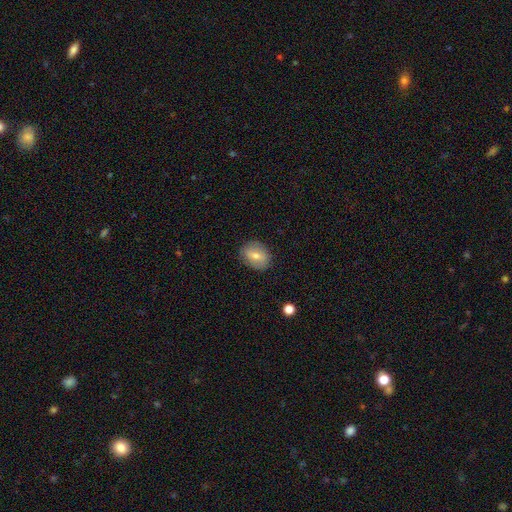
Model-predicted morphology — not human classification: Smooth or featured?
  - smooth: 60% *
  - featured or disk: 31%
  - star or artifact: 9%
How rounded?
  - in between: 66% *
  - round: 32%
  - cigar-shaped: 2%
Merging?
  - none: 85% *
  - minor disturbance: 11%
  - major disturbance: 3%
  - merger: 1%